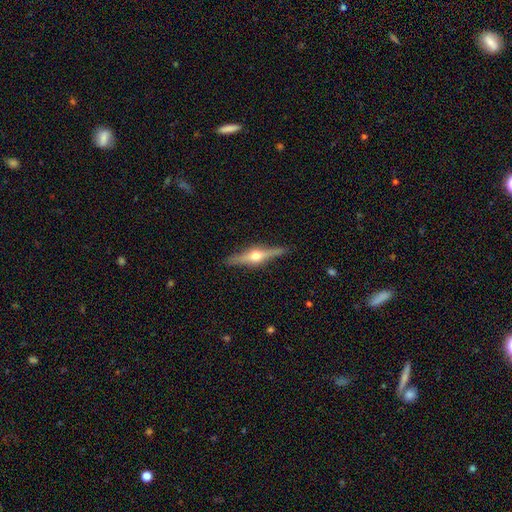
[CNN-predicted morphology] This appears to be a featured or disk galaxy (79%) viewed edge-on (98%) with a rounded central bulge (95%). Merging: none (90%).